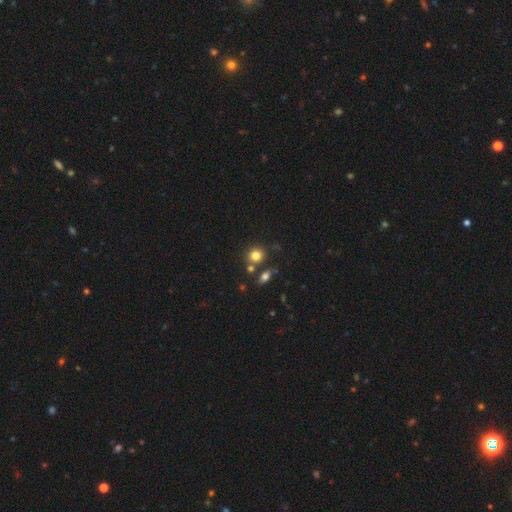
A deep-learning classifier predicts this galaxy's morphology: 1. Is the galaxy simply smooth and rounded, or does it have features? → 80% smooth, 12% star or artifact, 7% featured or disk.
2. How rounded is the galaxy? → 84% round, 15% in between, 1% cigar-shaped.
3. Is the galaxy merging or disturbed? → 72% none, 15% merger, 10% minor disturbance, 3% major disturbance.